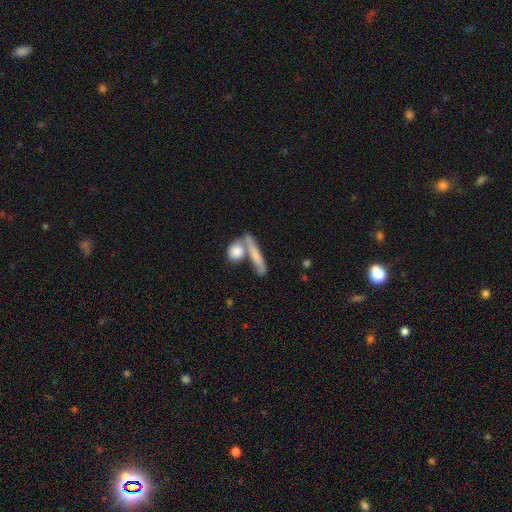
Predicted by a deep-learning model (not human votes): This appears to be a smooth galaxy with no disk features (68%) that is cigar-shaped (65%). Merging: none (46%).